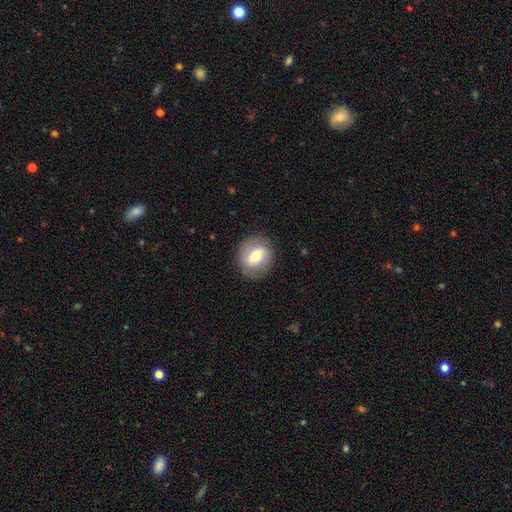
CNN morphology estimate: This is possibly a smooth galaxy (59%). How rounded: likely round (65%). Merging: clearly none (85%).